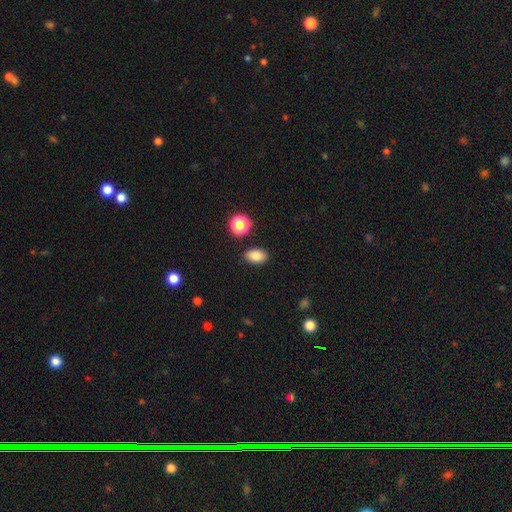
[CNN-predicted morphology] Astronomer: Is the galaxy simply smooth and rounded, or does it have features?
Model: smooth — 83%.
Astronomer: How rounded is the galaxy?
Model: in between — 86%.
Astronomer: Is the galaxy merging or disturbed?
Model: none — 86%.